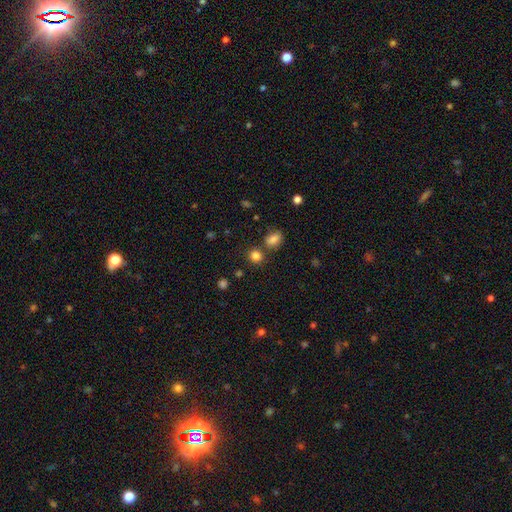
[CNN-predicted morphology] Smooth or featured? smooth (82%)
How rounded? round (82%)
Merging? none (71%)